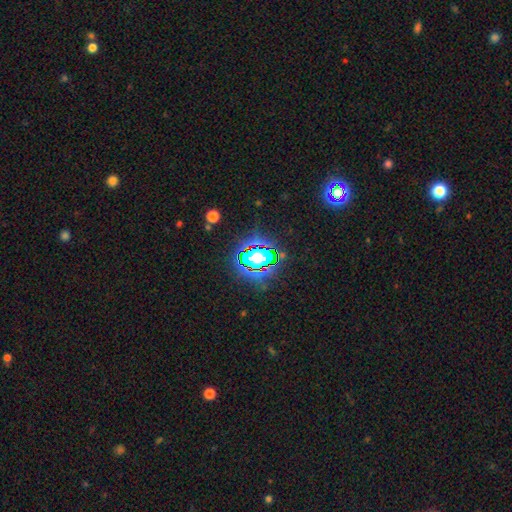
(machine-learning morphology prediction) type=star or artifact (80%).